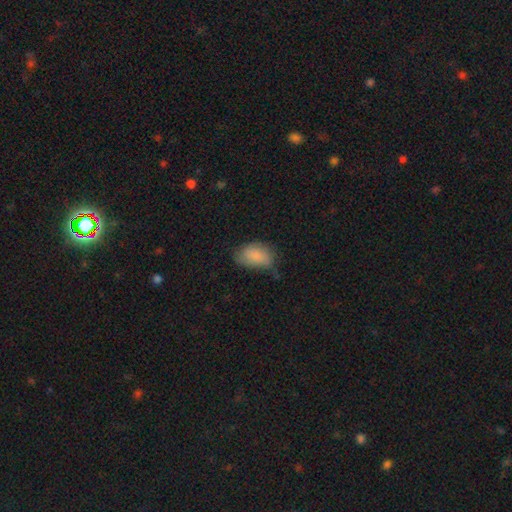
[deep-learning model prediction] smooth 84%, featured or disk 9%, star or artifact 7%. Down the decision tree: how rounded — in between (91%); merging — none (50%).